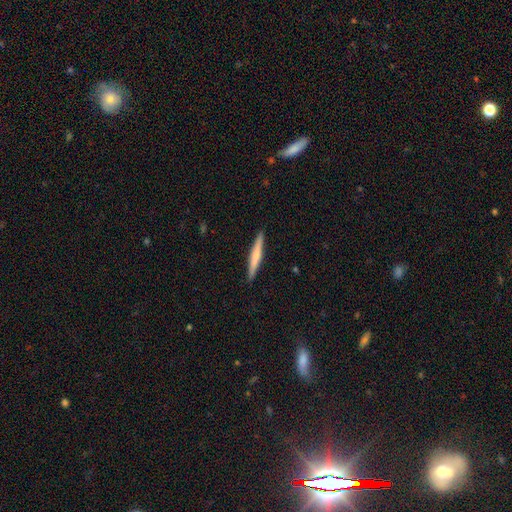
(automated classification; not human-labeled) smooth_or_featured: smooth (p=0.58) [alt: featured or disk p=0.37]
how_rounded: cigar-shaped (p=0.95) [alt: in between p=0.03]
merging: none (p=0.91) [alt: minor disturbance p=0.06]